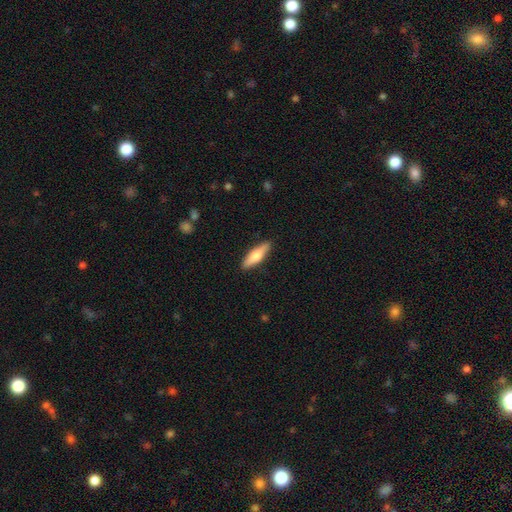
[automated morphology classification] This appears to be a smooth galaxy with no disk features (61%) that is cigar-shaped (59%). Merging: none (89%).